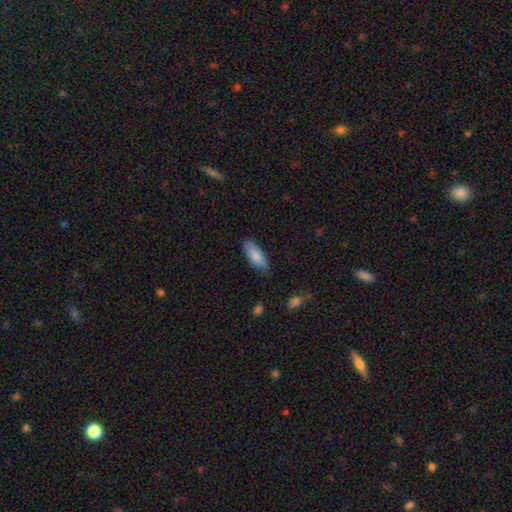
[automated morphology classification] smooth 86%, featured or disk 9%, star or artifact 6%. Down the decision tree: how rounded — in between (77%); merging — none (82%).